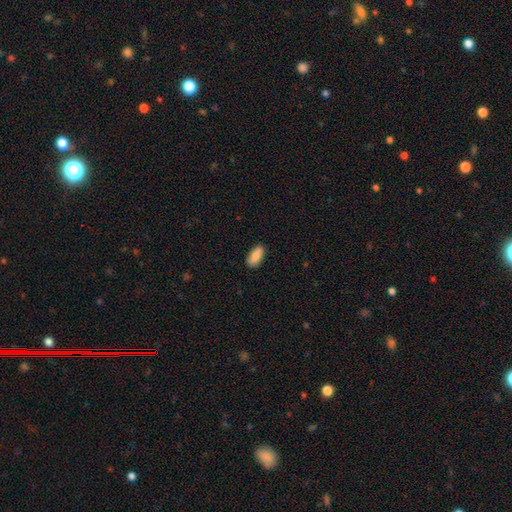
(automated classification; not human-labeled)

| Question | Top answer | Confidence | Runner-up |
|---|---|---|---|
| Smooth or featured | smooth | 81% | featured or disk (12%) |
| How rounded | in between | 87% | cigar-shaped (10%) |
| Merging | none | 84% | minor disturbance (13%) |